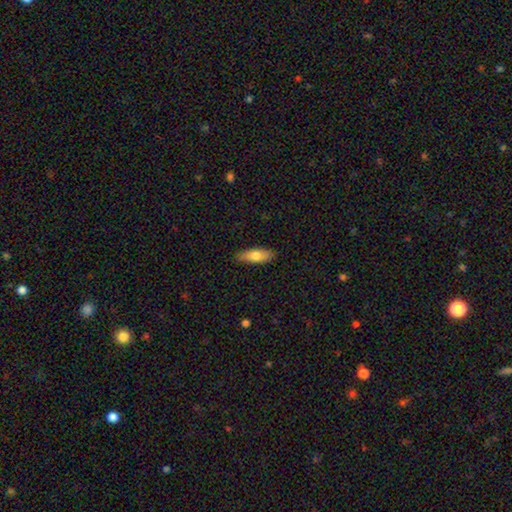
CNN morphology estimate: Smooth or featured? Predicted: smooth (p=0.72). How rounded? Predicted: in between (p=0.64). Merging? Predicted: none (p=0.86).